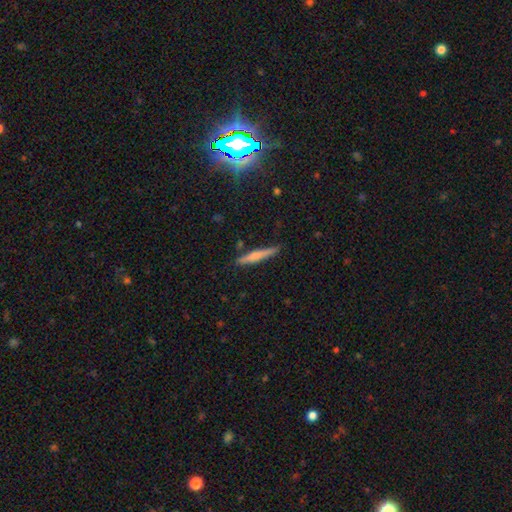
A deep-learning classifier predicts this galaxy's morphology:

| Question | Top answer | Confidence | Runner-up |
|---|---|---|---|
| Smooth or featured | smooth | 59% | featured or disk (34%) |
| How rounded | cigar-shaped | 94% | in between (5%) |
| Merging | none | 84% | minor disturbance (12%) |